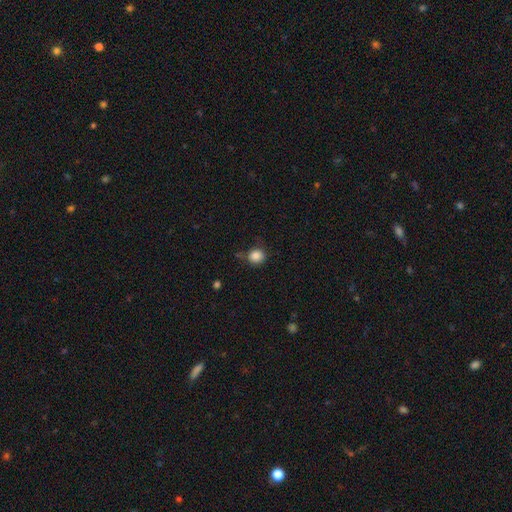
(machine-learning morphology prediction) Smooth or featured? Predicted: smooth (p=0.86). How rounded? Predicted: round (p=0.84). Merging? Predicted: none (p=0.71).